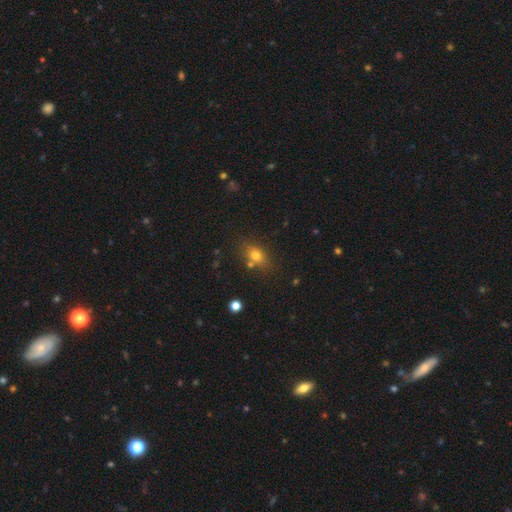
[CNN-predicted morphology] The model was most divided on "how rounded": in between: 65%, round: 32%, cigar-shaped: 3%. More confident: smooth or featured — smooth (74%); merging — none (71%).